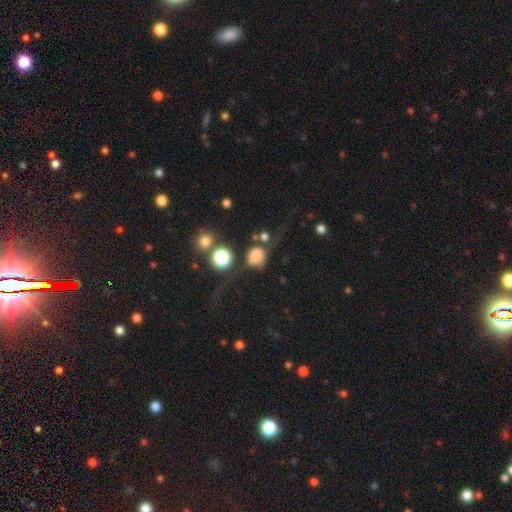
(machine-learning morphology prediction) Q: Smooth or featured?
A: smooth (73%); runner-up: star or artifact (14%)
Q: How rounded?
A: round (63%); runner-up: in between (35%)
Q: Merging?
A: none (36%); runner-up: major disturbance (31%)